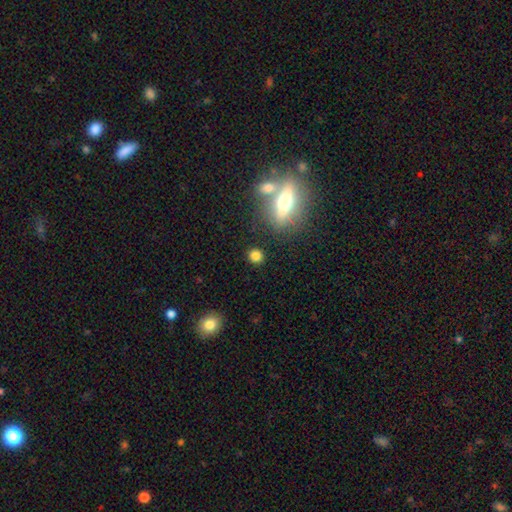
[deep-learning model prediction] Overall: smooth (79%). How rounded: round (81%). Merging: none (84%).